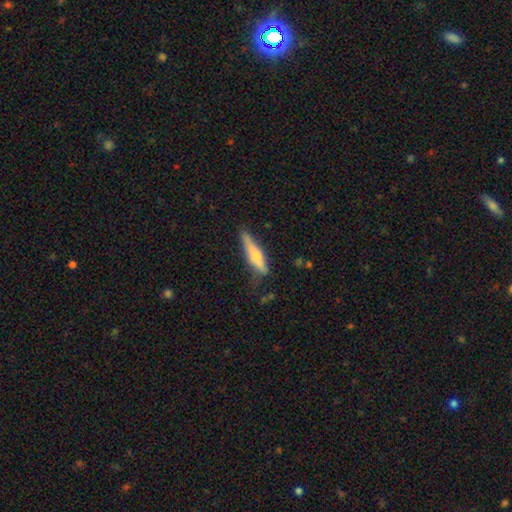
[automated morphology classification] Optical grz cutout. It shows a featured or disk galaxy (53%) viewed edge-on (92%). Merging: none (71%).